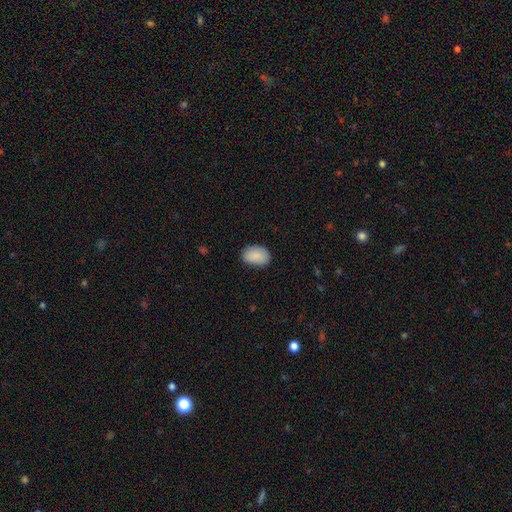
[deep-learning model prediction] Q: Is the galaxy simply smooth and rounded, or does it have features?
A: smooth — 89%.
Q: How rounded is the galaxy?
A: in between — 86%.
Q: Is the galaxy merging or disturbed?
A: none — 82%.